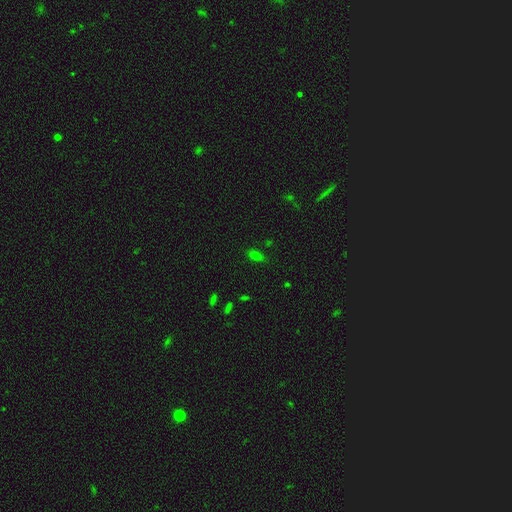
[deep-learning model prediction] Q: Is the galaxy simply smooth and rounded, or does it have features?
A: smooth — 66%.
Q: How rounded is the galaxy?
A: in between — 77%.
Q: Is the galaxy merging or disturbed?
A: none — 82%.